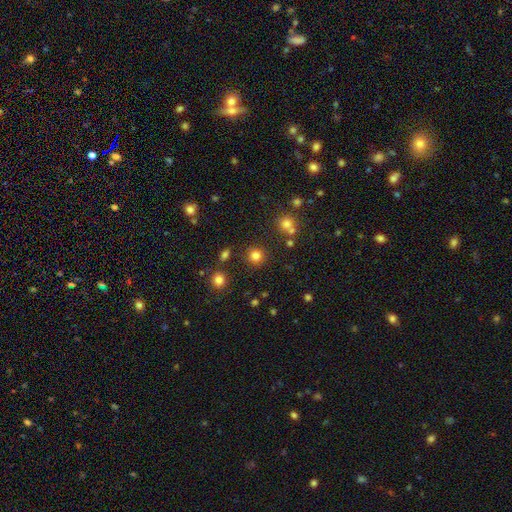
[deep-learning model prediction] smooth-or-featured: smooth: 80% | star or artifact: 14% | featured or disk: 5%
  how-rounded: round: 94% | in between: 6% | cigar-shaped: 1%
  merging: none: 88% | minor disturbance: 6% | merger: 4% | major disturbance: 2%